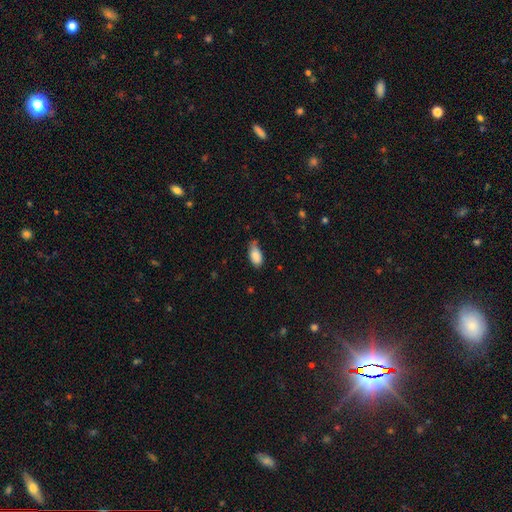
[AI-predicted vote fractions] A smooth galaxy with no disk features (87%) that is in between round and cigar-shaped (92%).

Vote fractions:
- Smooth or featured? smooth: 87% / star or artifact: 7% / featured or disk: 6%
- How rounded? in between: 92% / cigar-shaped: 5% / round: 3%
- Merging? none: 56% / minor disturbance: 35% / major disturbance: 6% / merger: 3%